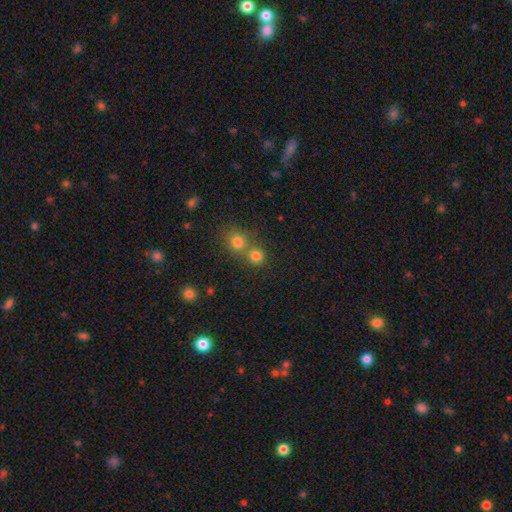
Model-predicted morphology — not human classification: smooth-or-featured: smooth: 78% | star or artifact: 15% | featured or disk: 7%
  how-rounded: round: 85% | in between: 14% | cigar-shaped: 1%
  merging: none: 51% | merger: 40% | minor disturbance: 6% | major disturbance: 3%